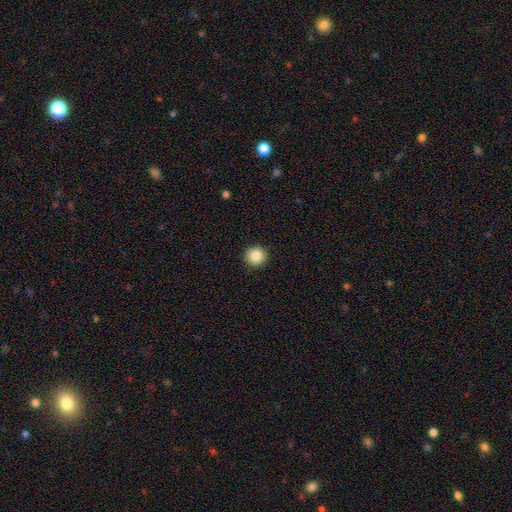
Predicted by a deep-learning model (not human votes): A smooth galaxy with no disk features (86%) that is round (95%). Merging: none (92%).